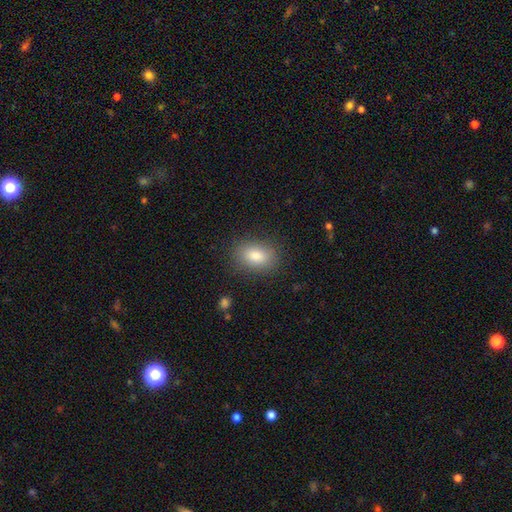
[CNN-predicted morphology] The model was most divided on "how rounded": in between: 84%, round: 14%, cigar-shaped: 2%. More confident: merging — none (86%); smooth or featured — smooth (83%).